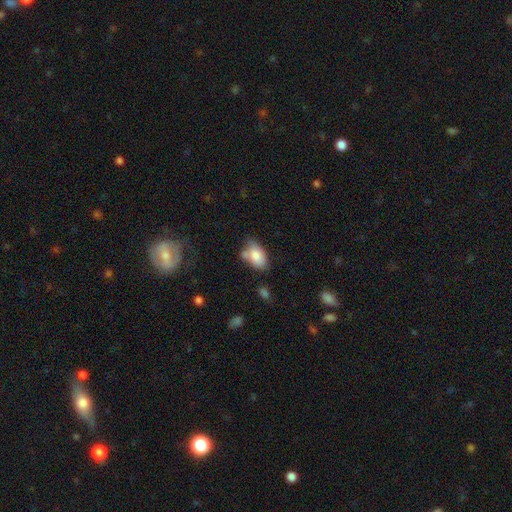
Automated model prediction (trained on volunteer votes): smooth-or-featured: smooth: 82% | featured or disk: 11% | star or artifact: 8%
  how-rounded: in between: 90% | round: 8% | cigar-shaped: 2%
  merging: none: 49% | minor disturbance: 28% | merger: 15% | major disturbance: 8%